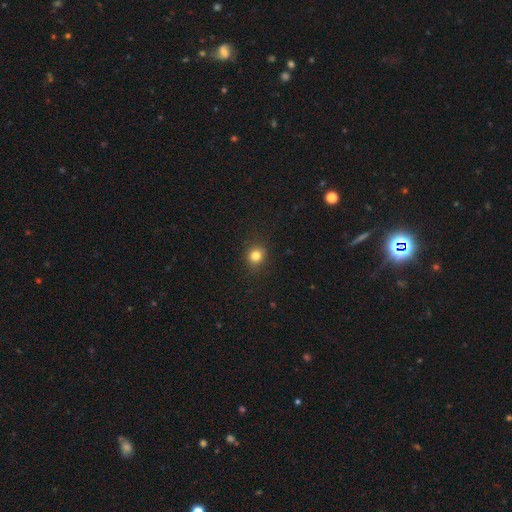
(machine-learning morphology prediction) type=smooth (81%); roundness=round (80%); merging=none (88%).